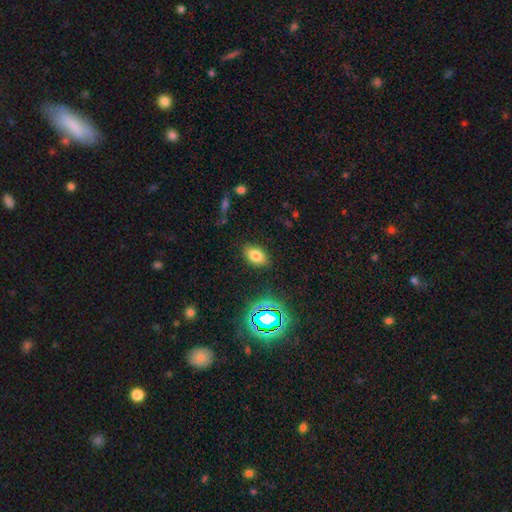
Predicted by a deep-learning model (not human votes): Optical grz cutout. It shows a smooth galaxy with no disk features (75%) that is in between round and cigar-shaped (89%). Merging: none (86%).